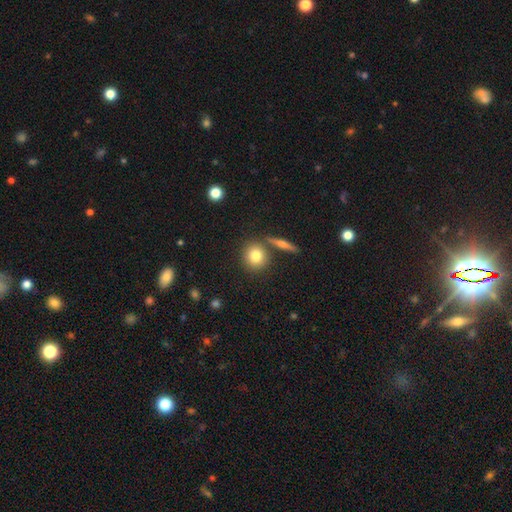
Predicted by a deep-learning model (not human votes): A smooth galaxy with no disk features (78%) that is round (86%). Merging: none (75%).